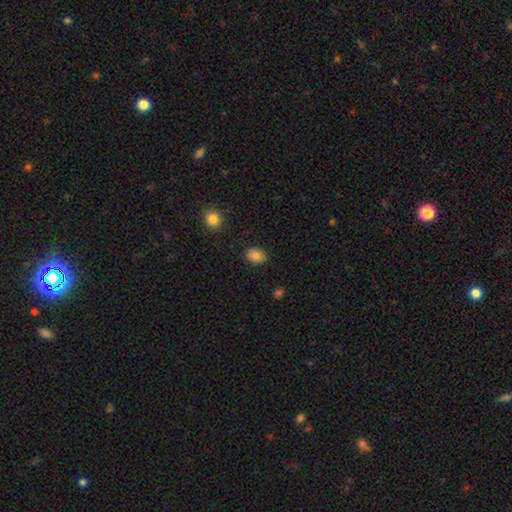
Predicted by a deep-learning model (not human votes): Morphology: type=smooth (82%); roundness=in between (65%); merging=none (85%).